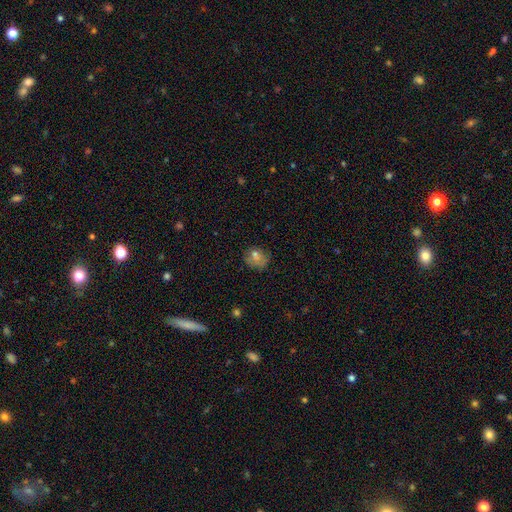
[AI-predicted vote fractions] This appears to be a smooth galaxy with no disk features (65%) that is round (66%). Merging: none (63%).